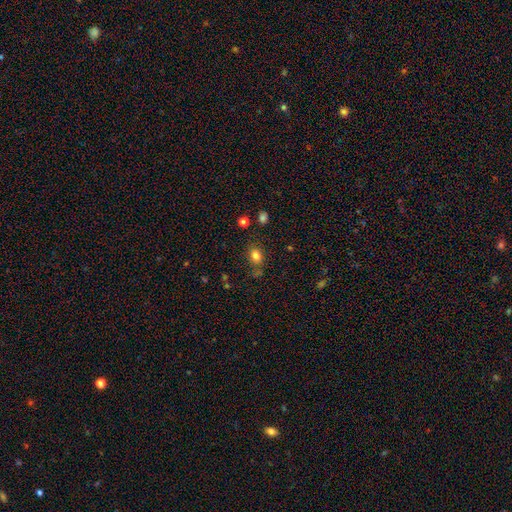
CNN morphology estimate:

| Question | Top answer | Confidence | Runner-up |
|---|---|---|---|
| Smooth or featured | smooth | 82% | star or artifact (12%) |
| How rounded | in between | 56% | round (43%) |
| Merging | none | 75% | minor disturbance (15%) |